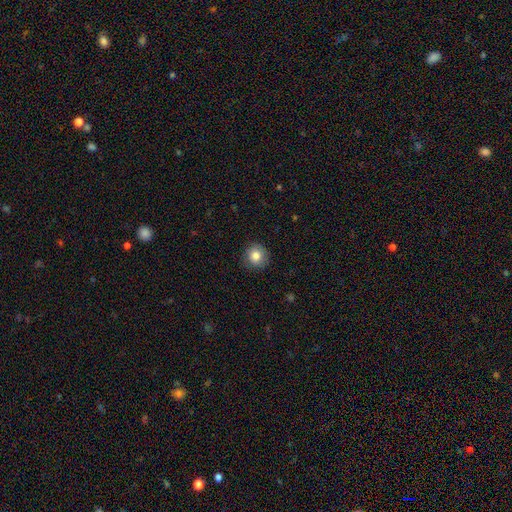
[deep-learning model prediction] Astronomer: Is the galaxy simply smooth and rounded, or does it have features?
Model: smooth — 83%.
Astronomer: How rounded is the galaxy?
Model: round — 89%.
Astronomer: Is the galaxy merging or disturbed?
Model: none — 87%.